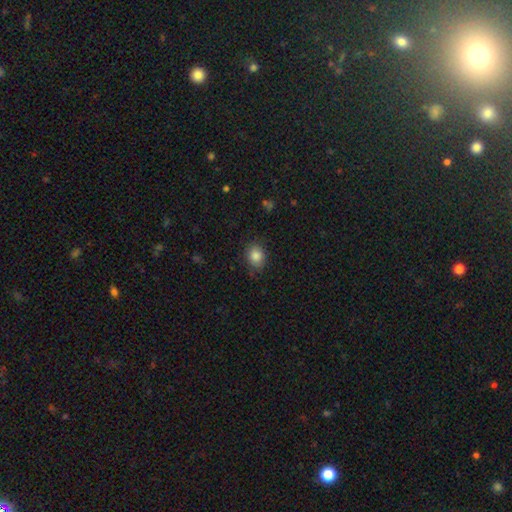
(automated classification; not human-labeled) This is clearly a smooth galaxy (85%). How rounded: possibly in between (53%). Merging: clearly none (81%).